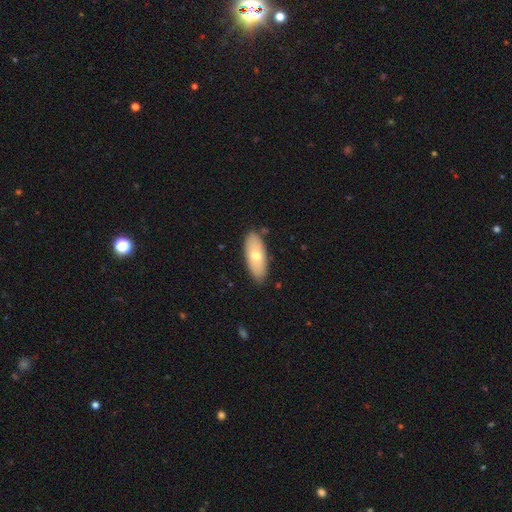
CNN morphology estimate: A smooth galaxy with no disk features (66%) that is in between round and cigar-shaped (81%).

Vote fractions:
- Smooth or featured? smooth: 66% / featured or disk: 29% / star or artifact: 6%
- How rounded? in between: 81% / cigar-shaped: 16% / round: 3%
- Merging? none: 85% / minor disturbance: 11% / major disturbance: 2% / merger: 2%